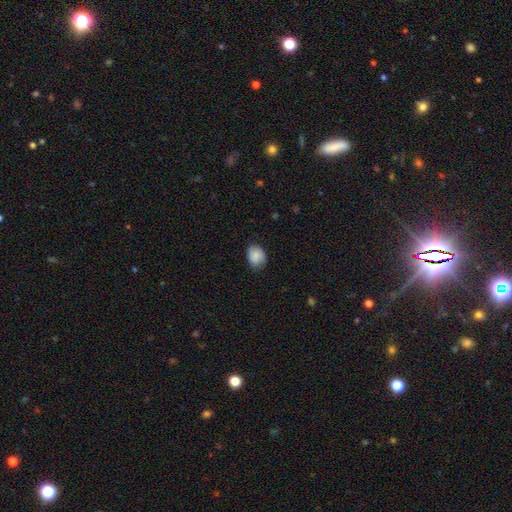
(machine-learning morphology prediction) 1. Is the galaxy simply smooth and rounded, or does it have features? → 84% smooth, 9% featured or disk, 7% star or artifact.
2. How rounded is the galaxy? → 56% in between, 43% round, 1% cigar-shaped.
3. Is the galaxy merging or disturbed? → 75% none, 20% minor disturbance, 4% major disturbance, 1% merger.